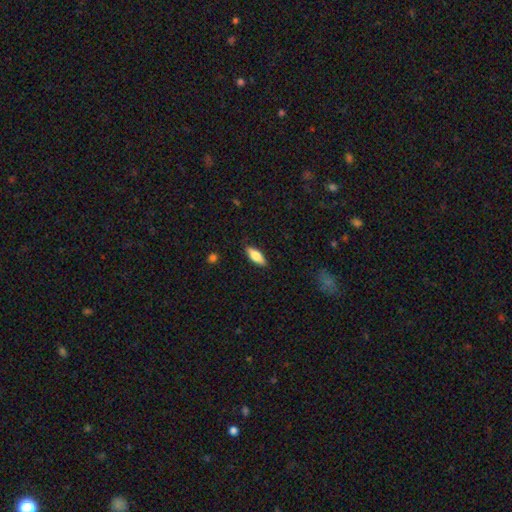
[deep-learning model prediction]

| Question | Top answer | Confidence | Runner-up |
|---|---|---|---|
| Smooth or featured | smooth | 73% | featured or disk (21%) |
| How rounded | in between | 68% | cigar-shaped (29%) |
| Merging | none | 87% | minor disturbance (10%) |